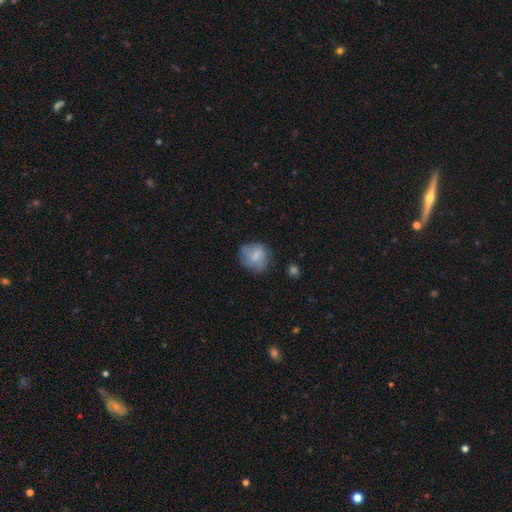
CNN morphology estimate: Smooth or featured: smooth — 72% (featured or disk — 19%)
How rounded: round — 75% (in between — 24%)
Merging: none — 62% (minor disturbance — 25%)